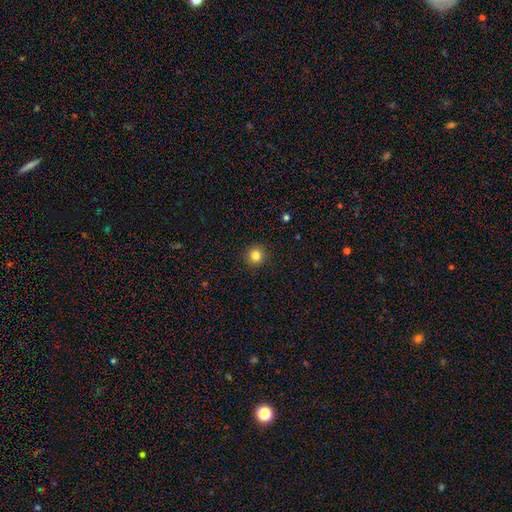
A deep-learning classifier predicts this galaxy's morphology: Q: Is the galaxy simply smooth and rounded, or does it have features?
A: smooth — 83%.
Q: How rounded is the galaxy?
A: round — 94%.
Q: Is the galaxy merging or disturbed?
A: none — 92%.